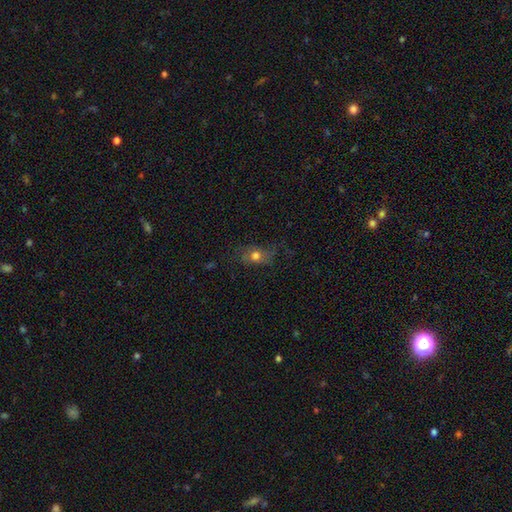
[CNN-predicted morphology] A smooth galaxy with no disk features (67%) that is in between round and cigar-shaped (63%). Merging: none (57%).